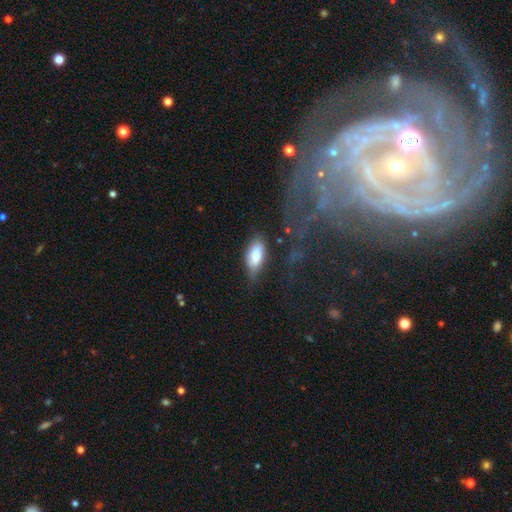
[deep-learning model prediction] A smooth galaxy with no disk features (78%) that is in between round and cigar-shaped (83%).

Vote fractions:
- Smooth or featured? smooth: 78% / featured or disk: 15% / star or artifact: 7%
- How rounded? in between: 83% / cigar-shaped: 14% / round: 2%
- Merging? none: 57% / minor disturbance: 29% / major disturbance: 10% / merger: 4%